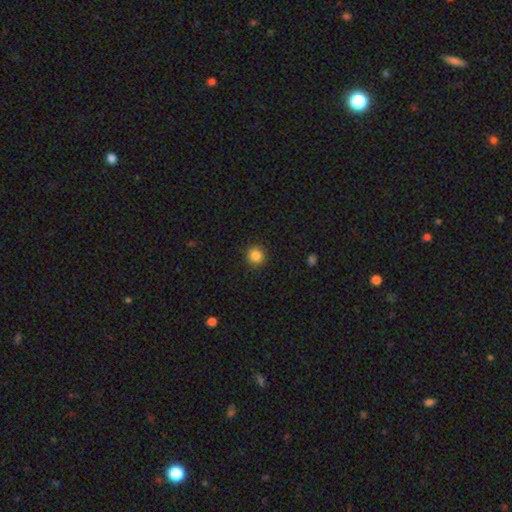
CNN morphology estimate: Smooth or featured? smooth (85%)
How rounded? round (92%)
Merging? none (92%)